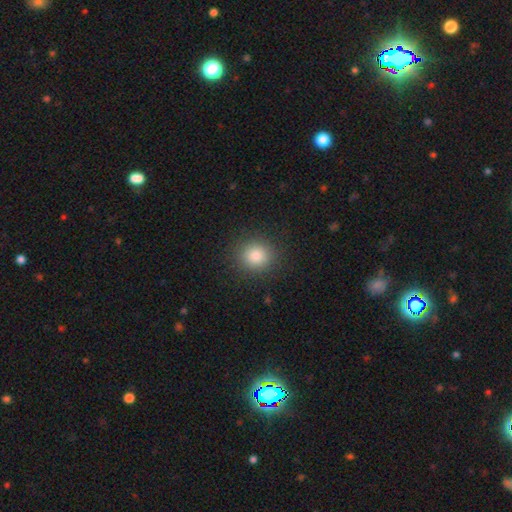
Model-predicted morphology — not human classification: Smooth or featured? Predicted: smooth (p=0.84). How rounded? Predicted: round (p=0.86). Merging? Predicted: none (p=0.90).